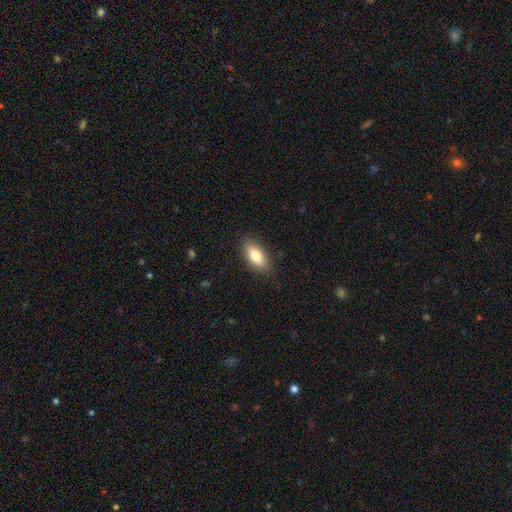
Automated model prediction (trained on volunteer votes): smooth_or_featured: smooth (p=0.82) [alt: featured or disk p=0.11]
how_rounded: in between (p=0.86) [alt: cigar-shaped p=0.11]
merging: none (p=0.85) [alt: minor disturbance p=0.12]